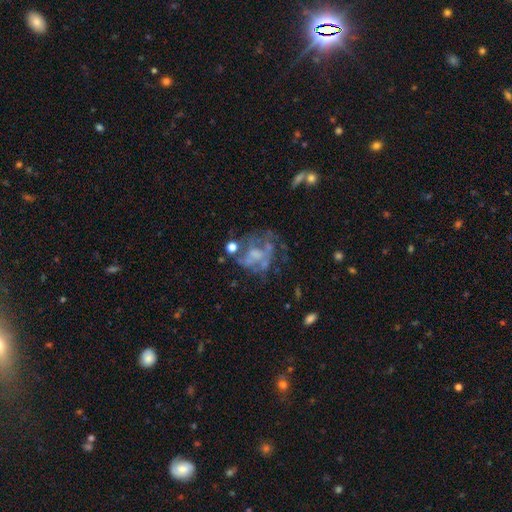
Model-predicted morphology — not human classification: featured or disk 64%, smooth 22%, star or artifact 14%. Down the decision tree: edge-on disk — no (98%); bar — no (81%); spiral arms — no (75%); bulge size — none (48%); merging — none (39%).